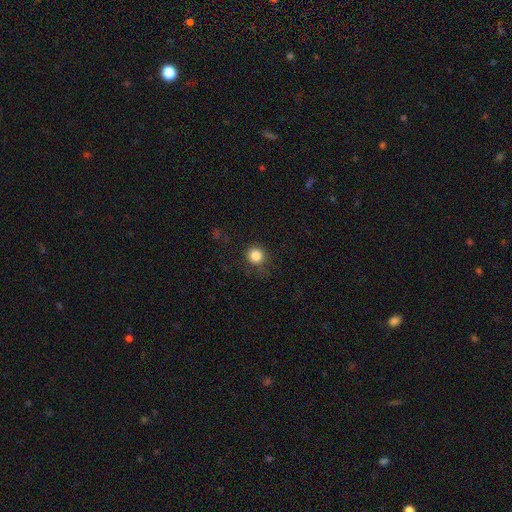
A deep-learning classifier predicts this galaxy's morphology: The model was most divided on "merging": none: 82%, minor disturbance: 12%, major disturbance: 4%, merger: 1%. More confident: how rounded — round (91%); smooth or featured — smooth (84%).